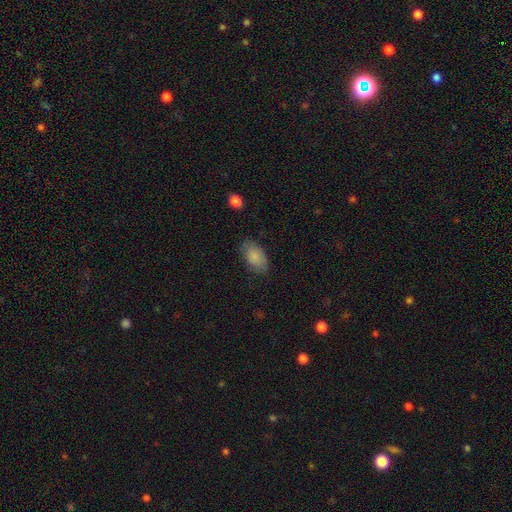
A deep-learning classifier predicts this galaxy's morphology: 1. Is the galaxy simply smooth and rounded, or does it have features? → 85% smooth, 8% featured or disk, 7% star or artifact.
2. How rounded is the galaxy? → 93% in between, 5% round, 2% cigar-shaped.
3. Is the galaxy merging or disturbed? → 79% none, 16% minor disturbance, 4% major disturbance, 1% merger.